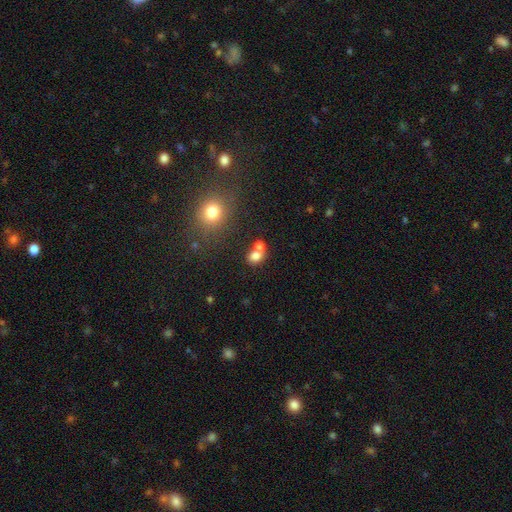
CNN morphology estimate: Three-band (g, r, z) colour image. It shows a smooth galaxy with no disk features (75%) that is round (57%). Merging: merger (55%).